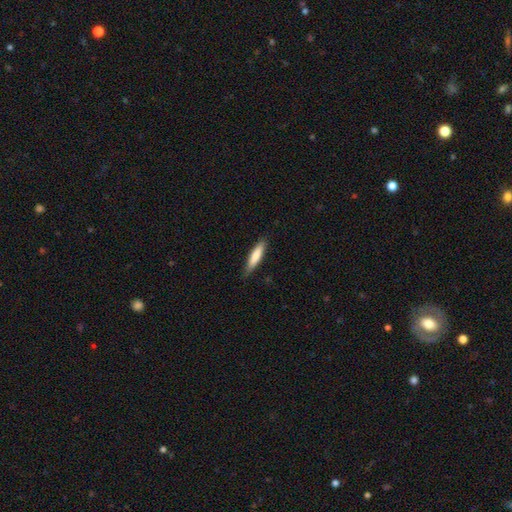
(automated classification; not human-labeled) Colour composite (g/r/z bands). It shows a smooth galaxy with no disk features (77%) that is cigar-shaped (83%). Merging: none (84%).